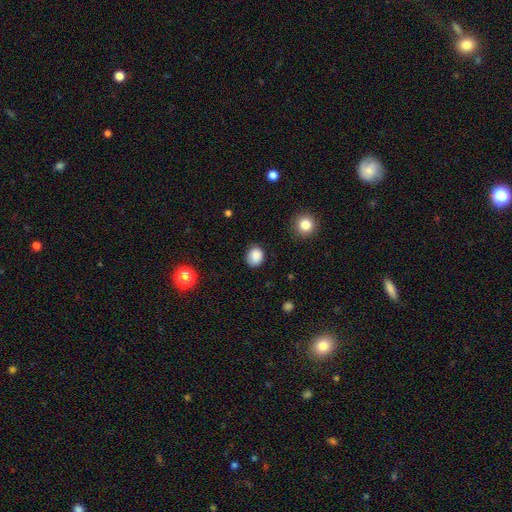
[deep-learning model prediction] A smooth galaxy with no disk features (87%) that is round (67%).

Vote fractions:
- Smooth or featured? smooth: 87% / star or artifact: 9% / featured or disk: 4%
- How rounded? round: 67% / in between: 33% / cigar-shaped: 1%
- Merging? none: 83% / minor disturbance: 12% / major disturbance: 3% / merger: 1%